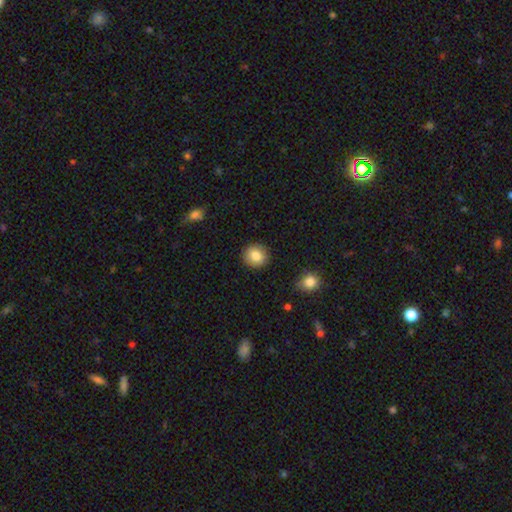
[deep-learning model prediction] A smooth galaxy with no disk features (85%) that is round (88%).

Vote fractions:
- Smooth or featured? smooth: 85% / star or artifact: 8% / featured or disk: 7%
- How rounded? round: 88% / in between: 11% / cigar-shaped: 1%
- Merging? none: 90% / minor disturbance: 6% / major disturbance: 2% / merger: 1%